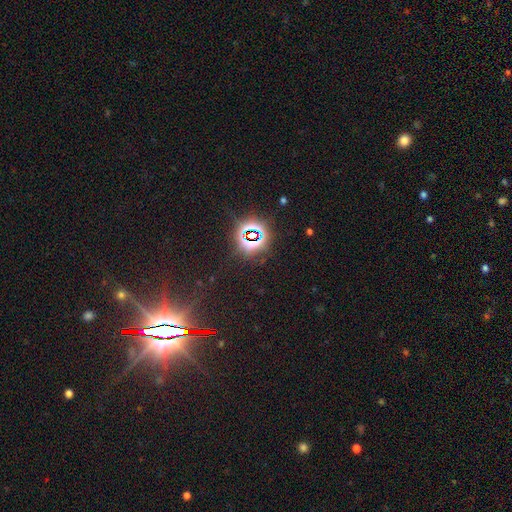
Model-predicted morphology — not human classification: type=star or artifact (84%).